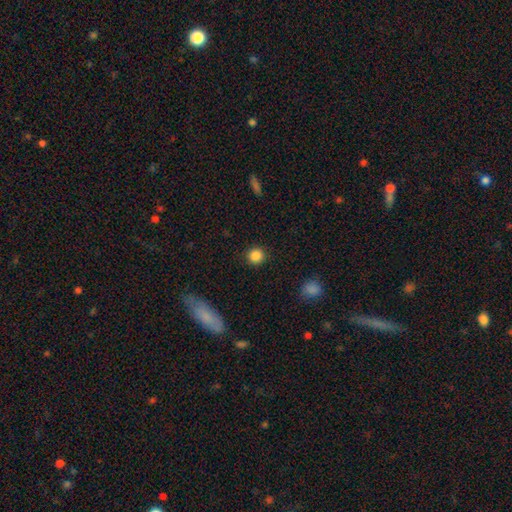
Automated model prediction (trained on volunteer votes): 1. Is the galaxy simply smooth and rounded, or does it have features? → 86% smooth, 11% star or artifact, 4% featured or disk.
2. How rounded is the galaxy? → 93% round, 6% in between, 1% cigar-shaped.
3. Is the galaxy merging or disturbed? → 91% none, 6% minor disturbance, 2% major disturbance, 1% merger.